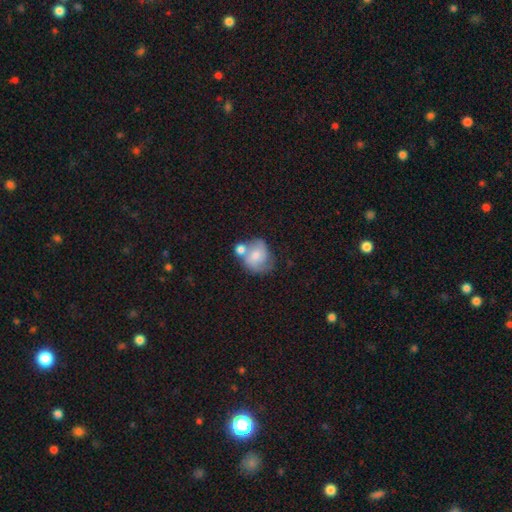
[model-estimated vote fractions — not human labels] Smooth or featured?
  - smooth: 53% *
  - featured or disk: 39%
  - star or artifact: 8%
How rounded?
  - round: 64% *
  - in between: 34%
  - cigar-shaped: 1%
Merging?
  - merger: 38% *
  - none: 34%
  - minor disturbance: 19%
  - major disturbance: 10%